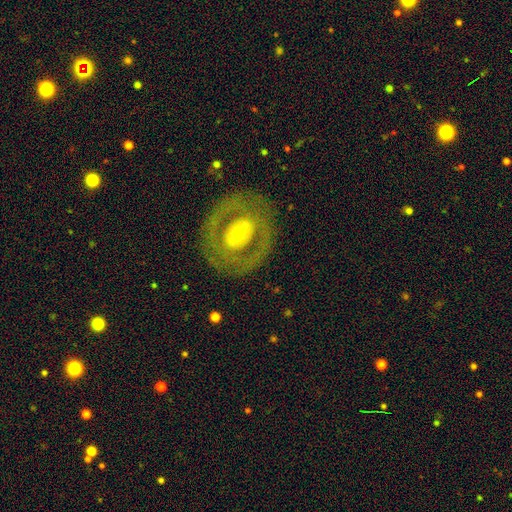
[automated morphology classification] Overall: featured or disk (72%). Edge-on disk: no (93%). Bar: no (37%; weak 35%). Spiral arms: no (57%; yes 43%). Bulge size: moderate (51%; small 41%). Merging: none (81%).